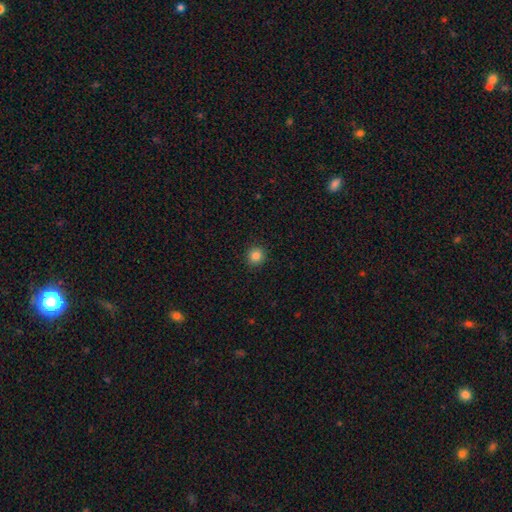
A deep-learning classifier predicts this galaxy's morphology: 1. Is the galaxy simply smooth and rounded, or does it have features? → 84% smooth, 11% star or artifact, 4% featured or disk.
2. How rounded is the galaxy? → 91% round, 8% in between, 1% cigar-shaped.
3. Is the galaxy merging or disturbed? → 92% none, 5% minor disturbance, 2% major disturbance, 1% merger.